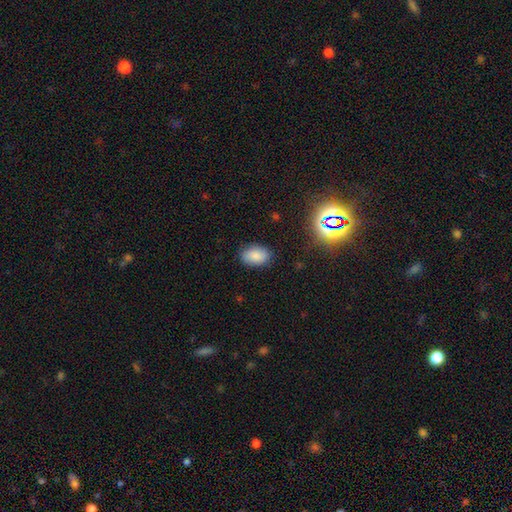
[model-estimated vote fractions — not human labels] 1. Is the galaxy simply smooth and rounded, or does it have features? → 84% smooth, 9% star or artifact, 7% featured or disk.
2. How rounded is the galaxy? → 88% in between, 10% round, 1% cigar-shaped.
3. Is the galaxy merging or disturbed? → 85% none, 11% minor disturbance, 3% major disturbance, 1% merger.